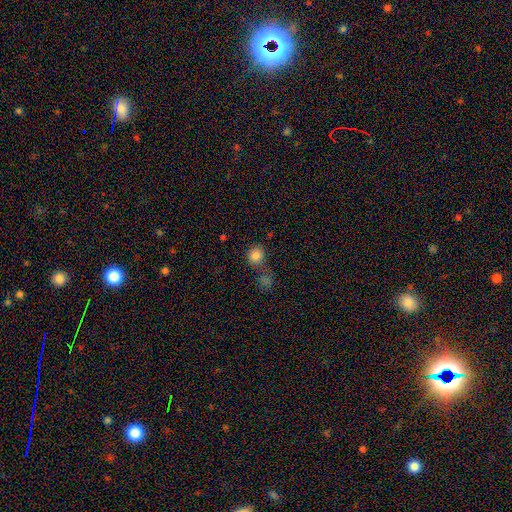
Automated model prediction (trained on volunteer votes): This appears to be a smooth galaxy with no disk features (83%) that is round (84%). Merging: none (54%).